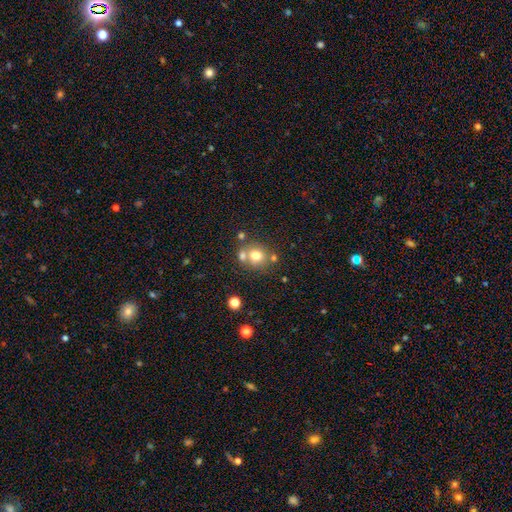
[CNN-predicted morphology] A smooth galaxy with no disk features (71%) that is round (78%). Merging: none (55%).